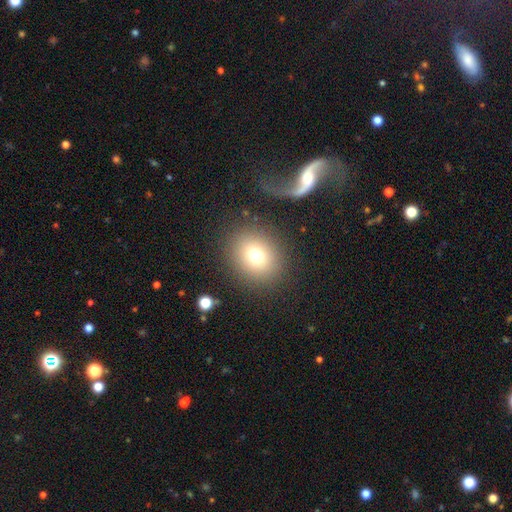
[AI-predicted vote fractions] Q: Smooth or featured?
A: smooth (74%); runner-up: star or artifact (15%)
Q: How rounded?
A: round (73%); runner-up: in between (26%)
Q: Merging?
A: none (84%); runner-up: minor disturbance (8%)